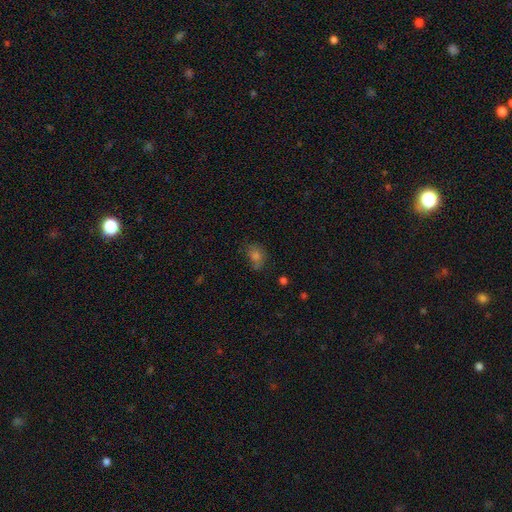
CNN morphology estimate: Q: Smooth or featured?
A: smooth (66%); runner-up: star or artifact (20%)
Q: How rounded?
A: in between (57%); runner-up: round (42%)
Q: Merging?
A: none (63%); runner-up: minor disturbance (25%)